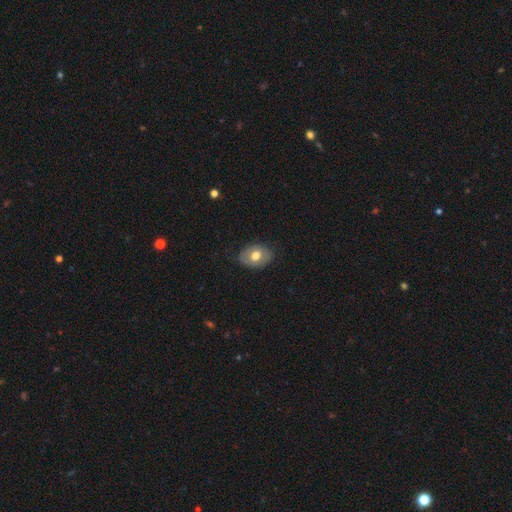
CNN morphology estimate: Smooth or featured? smooth (66%)
How rounded? in between (72%)
Merging? none (79%)